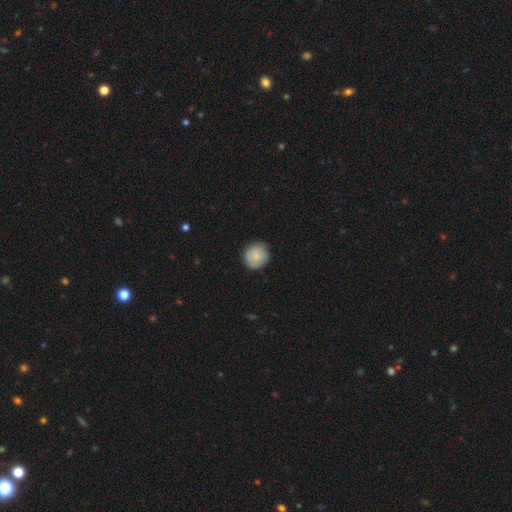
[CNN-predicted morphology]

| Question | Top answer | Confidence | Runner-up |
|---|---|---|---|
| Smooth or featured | smooth | 79% | featured or disk (15%) |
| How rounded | round | 92% | in between (7%) |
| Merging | none | 85% | minor disturbance (12%) |